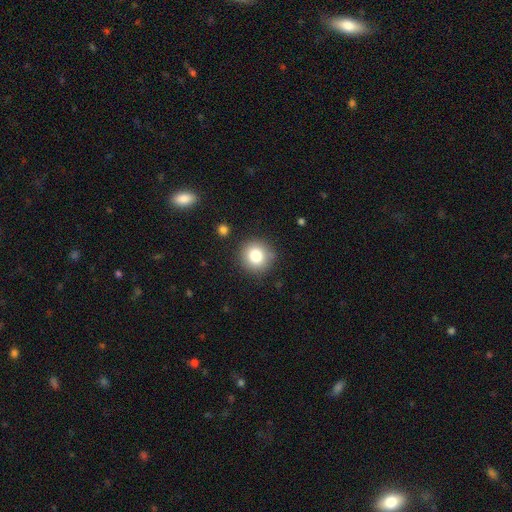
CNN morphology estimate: Q: Smooth or featured?
A: smooth (80%); runner-up: star or artifact (11%)
Q: How rounded?
A: round (92%); runner-up: in between (7%)
Q: Merging?
A: none (87%); runner-up: minor disturbance (8%)